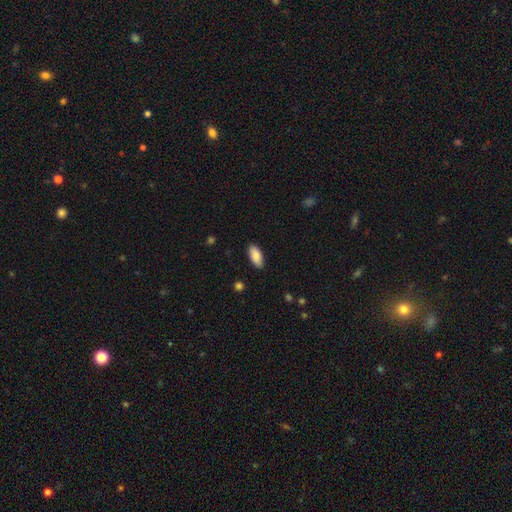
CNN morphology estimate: Smooth or featured? Predicted: smooth (p=0.86). How rounded? Predicted: in between (p=0.88). Merging? Predicted: none (p=0.86).